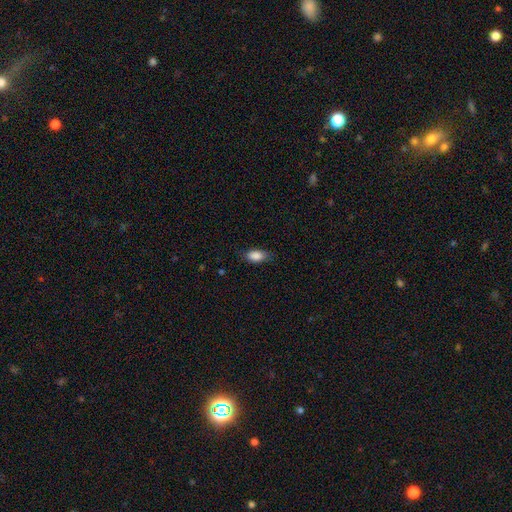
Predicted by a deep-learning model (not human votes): Smooth or featured: smooth — 87% (star or artifact — 7%)
How rounded: in between — 88% (cigar-shaped — 7%)
Merging: none — 76% (minor disturbance — 19%)